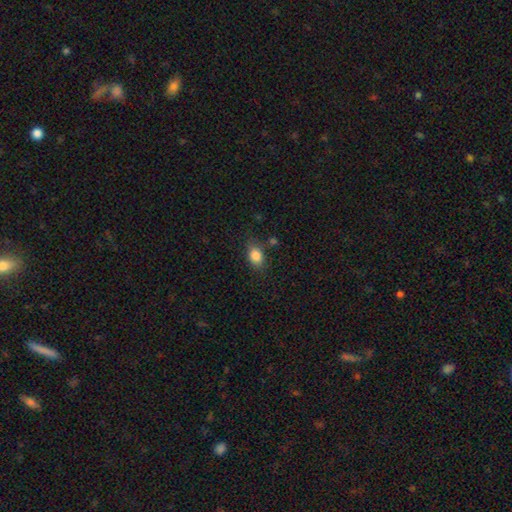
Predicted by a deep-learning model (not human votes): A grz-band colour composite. It shows a smooth galaxy with no disk features (85%) that is in between round and cigar-shaped (74%). Merging: none (74%).